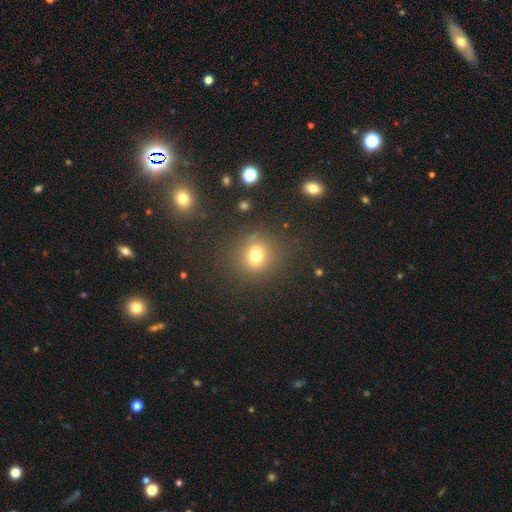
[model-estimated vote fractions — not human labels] This appears to be a smooth galaxy with no disk features (74%) that is round (81%). Merging: none (83%).